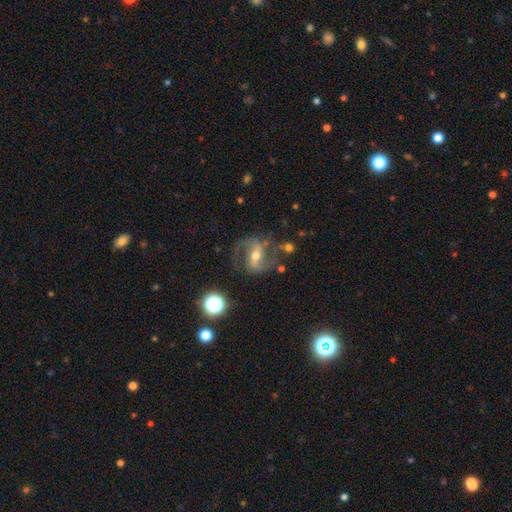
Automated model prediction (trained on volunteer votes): A featured or disk galaxy (87%) with a strong bar (47%), 2 (92%) medium (58%) spiral arms (96%) and a moderate central bulge (62%).

Vote fractions:
- Smooth or featured? featured or disk: 87% / star or artifact: 7% / smooth: 6%
- Edge-on disk? no: 97% / yes: 3%
- Bar? strong: 47% / weak: 37% / no: 16%
- Spiral arms? yes: 96% / no: 4%
- Spiral winding? medium: 58% / loose: 27% / tight: 15%
- Spiral arm count? 2: 92% / can't tell: 3% / 1: 2% / 3: 2% / 4: 1% / more than 4: 1%
- Bulge size? moderate: 62% / small: 32% / large: 4% / none: 1% / dominant: 1%
- Merging? none: 73% / minor disturbance: 15% / major disturbance: 9% / merger: 3%